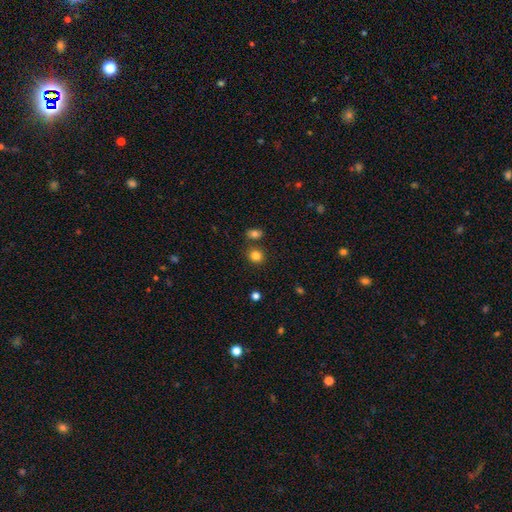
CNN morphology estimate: This appears to be a smooth galaxy with no disk features (83%) that is round (77%). Merging: none (77%).